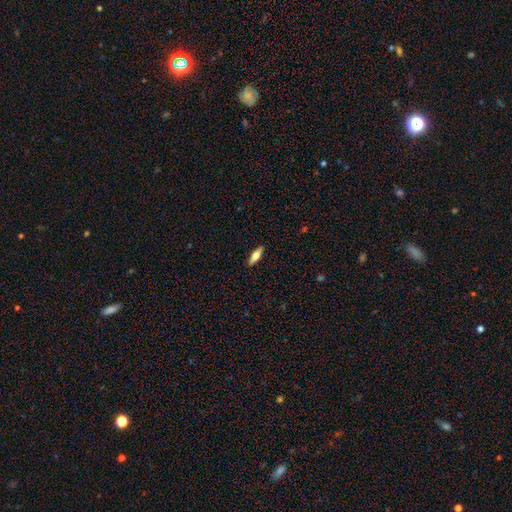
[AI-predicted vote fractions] Morphology: type=smooth (58%); roundness=cigar-shaped (49%); merging=none (89%).